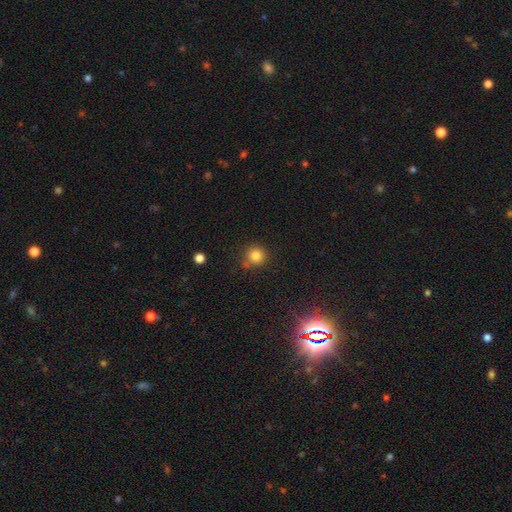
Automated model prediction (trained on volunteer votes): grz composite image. It shows a smooth galaxy with no disk features (81%) that is round (92%). Merging: none (77%).